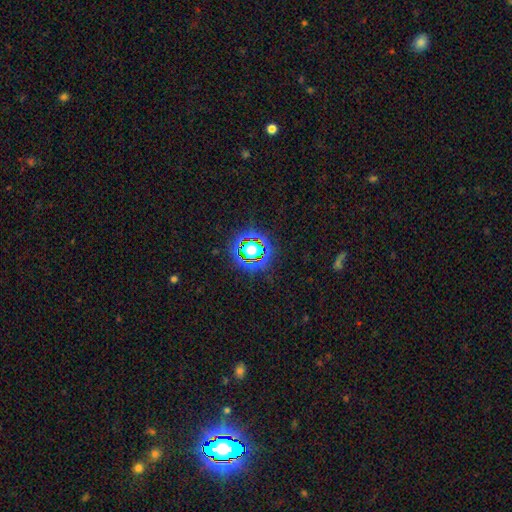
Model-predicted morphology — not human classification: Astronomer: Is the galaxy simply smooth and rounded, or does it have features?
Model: star or artifact — 80%.